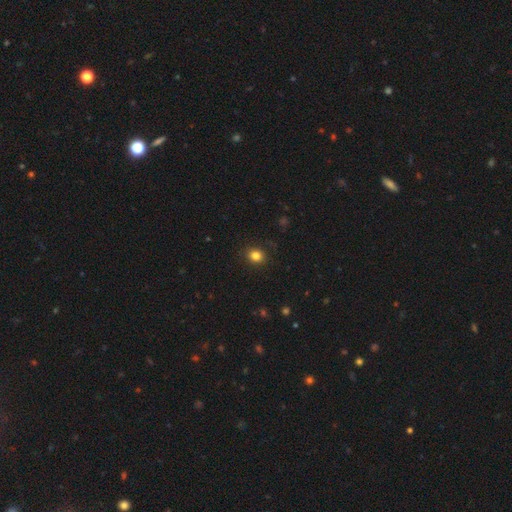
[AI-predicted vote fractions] This appears to be a smooth galaxy with no disk features (83%) that is round (73%). Merging: none (89%).